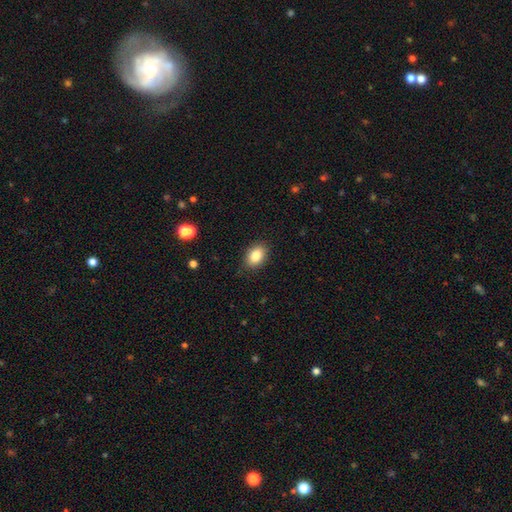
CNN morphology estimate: smooth_or_featured: smooth (p=0.85) [alt: star or artifact p=0.08]
how_rounded: in between (p=0.81) [alt: round p=0.18]
merging: none (p=0.87) [alt: minor disturbance p=0.10]